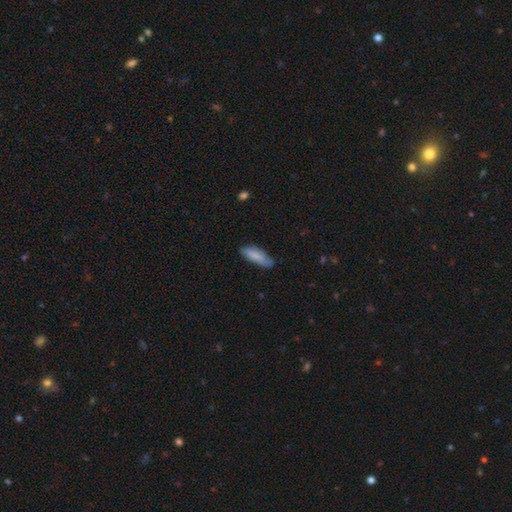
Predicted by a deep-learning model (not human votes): Smooth or featured? Predicted: smooth (p=0.79). How rounded? Predicted: in between (p=0.53). Merging? Predicted: none (p=0.71).